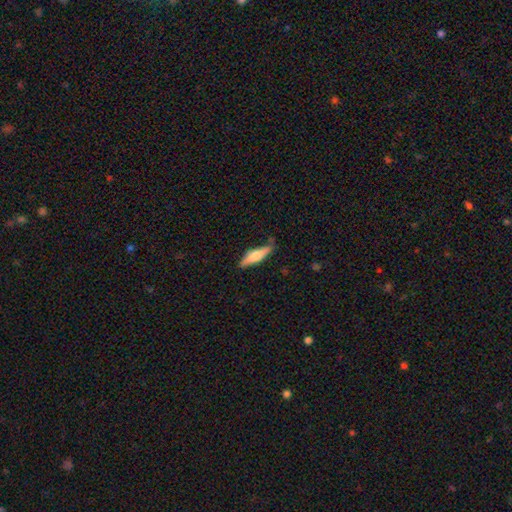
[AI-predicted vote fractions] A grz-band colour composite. It shows a smooth galaxy with no disk features (52%) that is cigar-shaped (68%). Merging: none (76%).